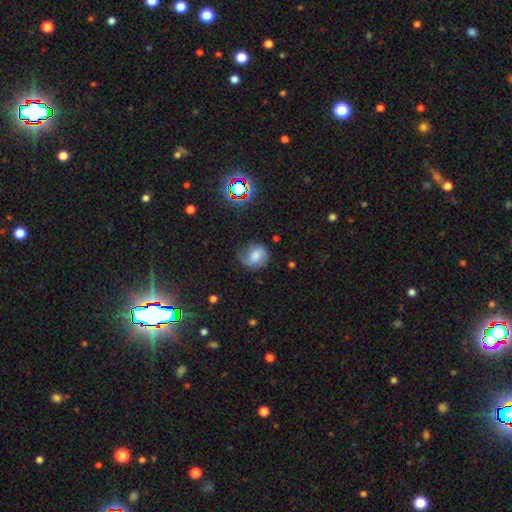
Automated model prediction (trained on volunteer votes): This appears to be a featured or disk galaxy (48%). Merging: none (52%).